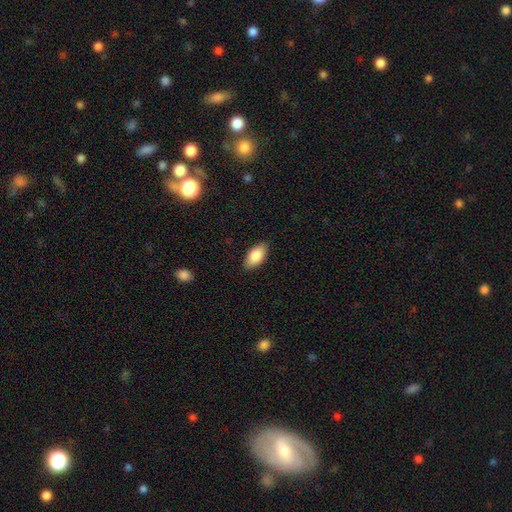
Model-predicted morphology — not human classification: This is clearly a smooth galaxy (85%). How rounded: clearly in between (93%). Merging: clearly none (86%).